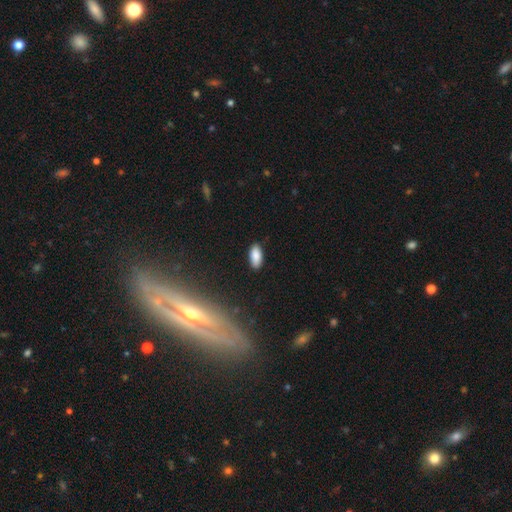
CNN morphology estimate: smooth-or-featured: smooth: 86% | star or artifact: 8% | featured or disk: 6%
  how-rounded: in between: 89% | cigar-shaped: 9% | round: 2%
  merging: none: 86% | minor disturbance: 11% | major disturbance: 2% | merger: 1%